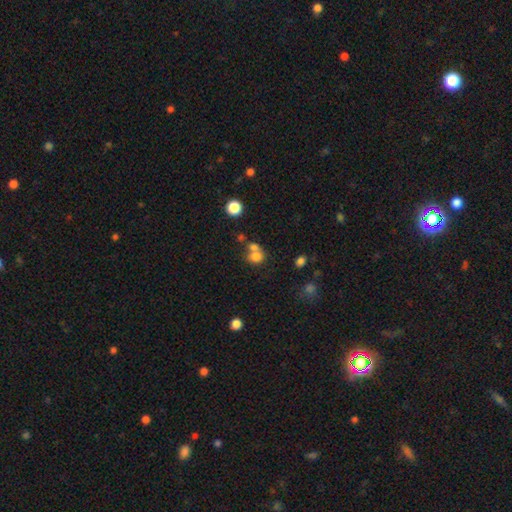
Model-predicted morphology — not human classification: Smooth or featured? smooth (75%)
How rounded? round (67%)
Merging? merger (51%)